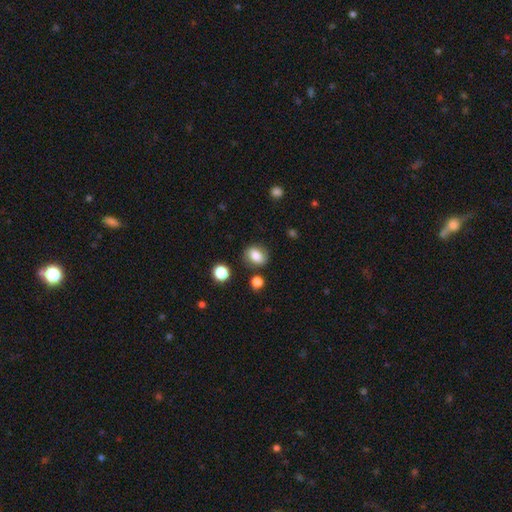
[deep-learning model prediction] smooth_or_featured: smooth (p=0.77) [alt: featured or disk p=0.13]
how_rounded: in between (p=0.50) [alt: round p=0.49]
merging: none (p=0.79) [alt: minor disturbance p=0.13]